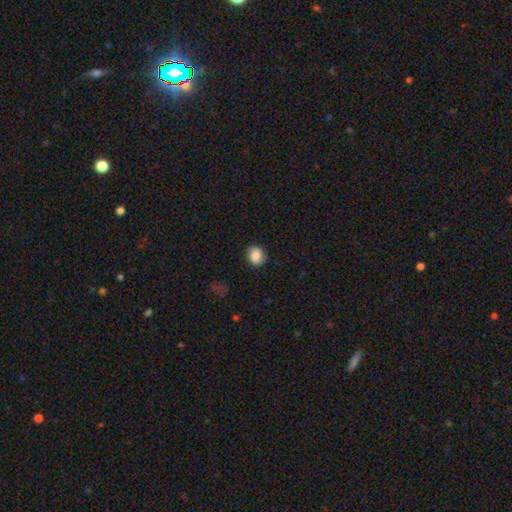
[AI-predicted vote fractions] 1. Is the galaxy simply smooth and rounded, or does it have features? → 75% smooth, 16% featured or disk, 9% star or artifact.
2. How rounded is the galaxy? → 68% round, 31% in between, 1% cigar-shaped.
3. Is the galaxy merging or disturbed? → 80% none, 14% minor disturbance, 4% major disturbance, 1% merger.